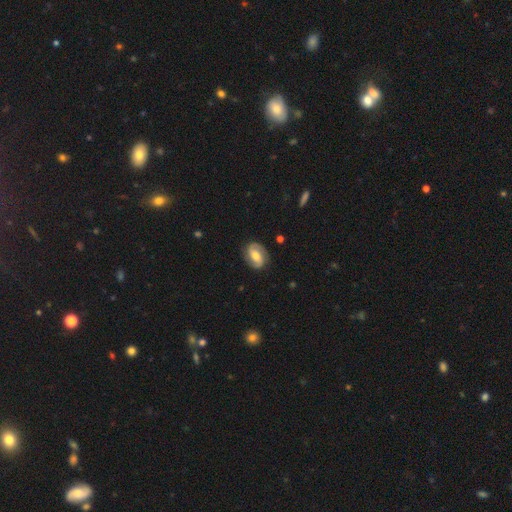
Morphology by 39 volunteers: Smooth or featured? featured or disk (87%)
Edge-on disk? no (97%)
Bar? weak (39%)
Spiral arms? yes (100%)
Spiral winding? medium (45%)
Spiral arm count? 2 (97%)
Bulge size? moderate (73%)
Merging? none (92%)